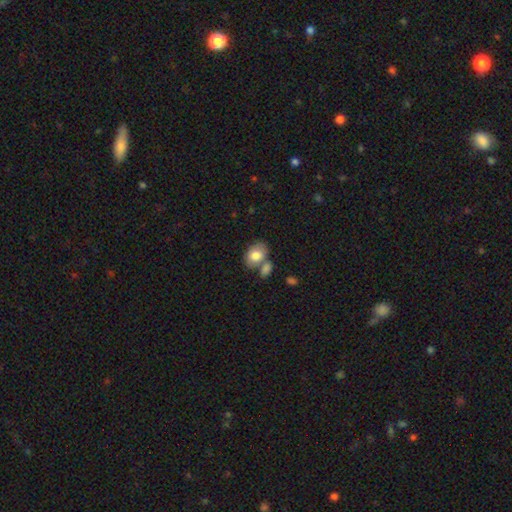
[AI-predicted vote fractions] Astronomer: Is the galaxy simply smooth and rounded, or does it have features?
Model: smooth — 79%.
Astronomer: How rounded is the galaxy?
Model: in between — 77%.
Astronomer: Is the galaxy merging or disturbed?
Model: none — 49% (runner-up: merger, 31%).